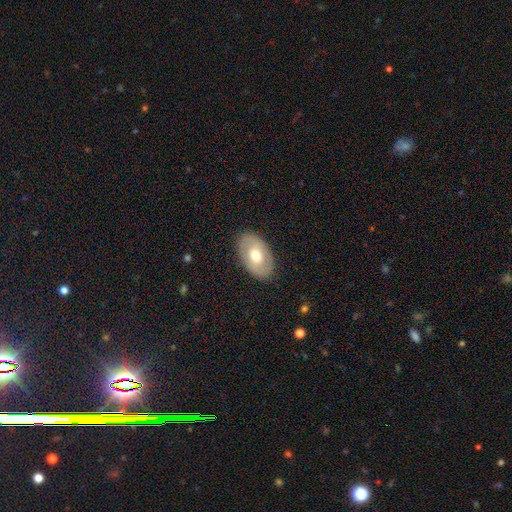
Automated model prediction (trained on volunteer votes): Smooth or featured? Predicted: smooth (p=0.57). How rounded? Predicted: in between (p=0.90). Merging? Predicted: none (p=0.86).